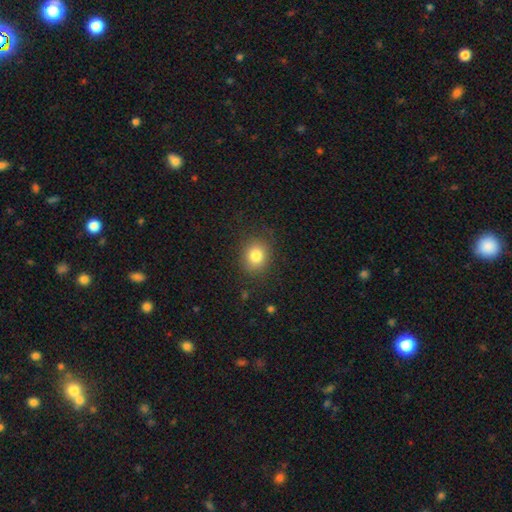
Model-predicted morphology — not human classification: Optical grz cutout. It shows a smooth galaxy with no disk features (82%) that is round (70%). Merging: none (83%).